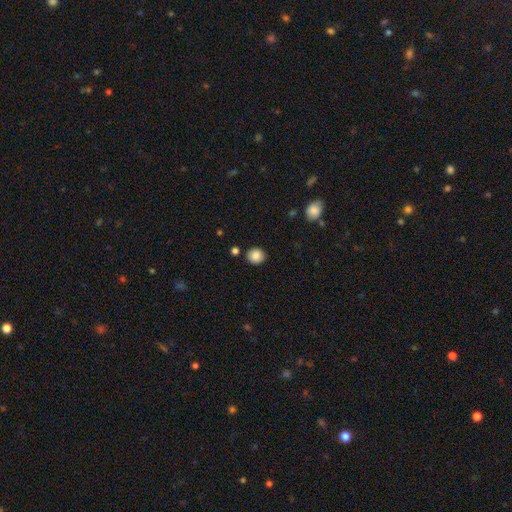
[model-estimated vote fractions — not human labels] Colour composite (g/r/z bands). It shows a smooth galaxy with no disk features (87%) that is round (80%). Merging: none (86%).